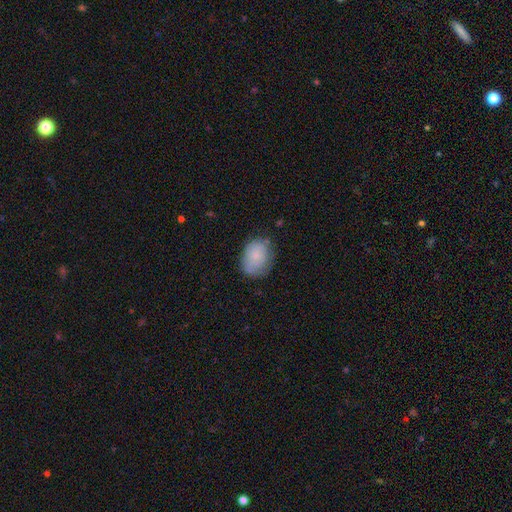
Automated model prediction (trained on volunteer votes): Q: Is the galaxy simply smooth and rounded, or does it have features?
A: smooth — 75%.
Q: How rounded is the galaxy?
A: in between — 70%.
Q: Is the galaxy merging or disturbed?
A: none — 66%.